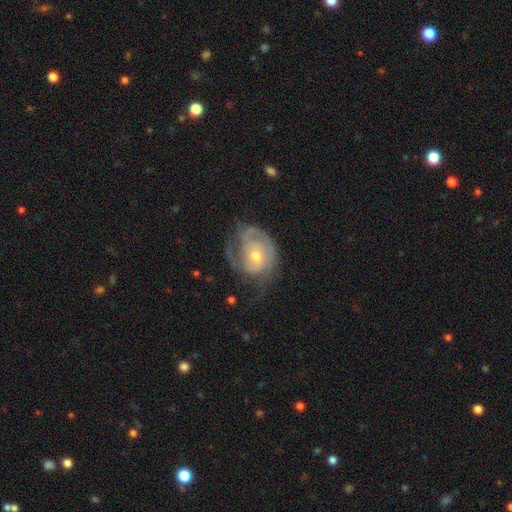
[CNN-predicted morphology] featured or disk 76%, smooth 18%, star or artifact 6%. Down the decision tree: edge-on disk — no (97%); bar — no (65%); spiral arms — yes (86%); spiral arm count — 2 (40%); spiral winding — tight (47%); bulge size — small (49%); merging — none (45%).